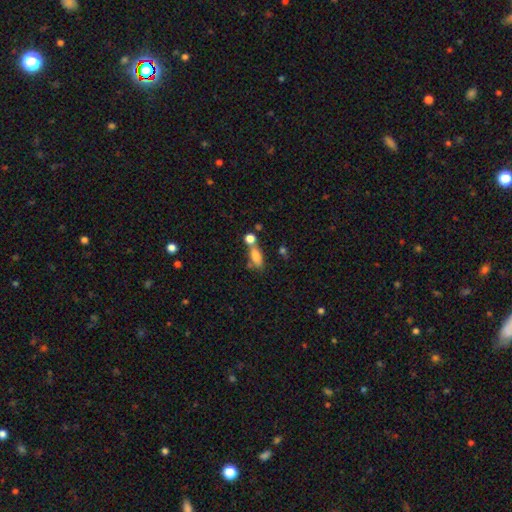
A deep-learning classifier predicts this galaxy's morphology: The model was most divided on "merging": none: 46%, merger: 33%, minor disturbance: 15%, major disturbance: 7%. More confident: smooth or featured — smooth (77%); how rounded — in between (74%).